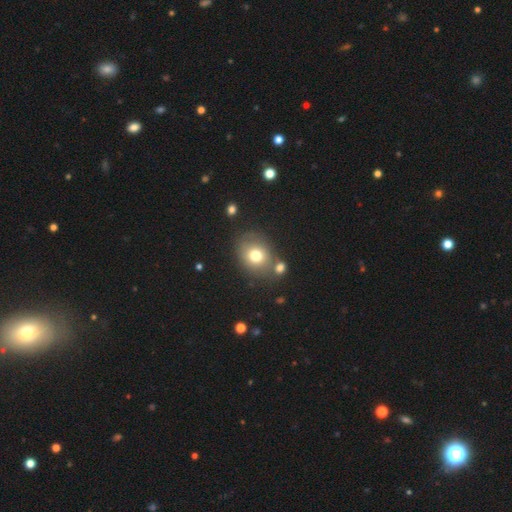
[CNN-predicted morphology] Smooth or featured: smooth — 74% (featured or disk — 15%)
How rounded: round — 56% (in between — 43%)
Merging: none — 66% (merger — 15%)